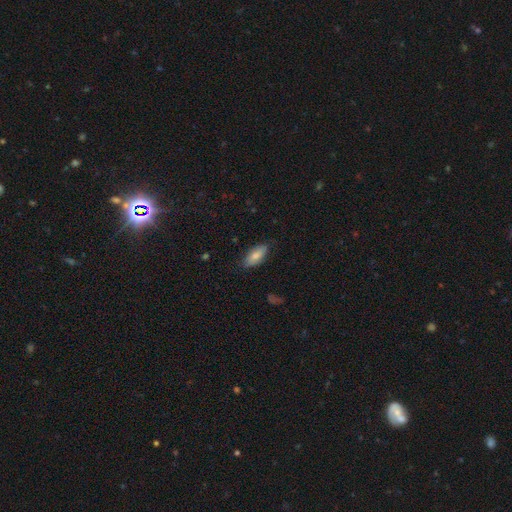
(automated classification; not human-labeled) Smooth or featured: smooth — 77% (featured or disk — 17%)
How rounded: in between — 84% (cigar-shaped — 14%)
Merging: none — 78% (minor disturbance — 18%)